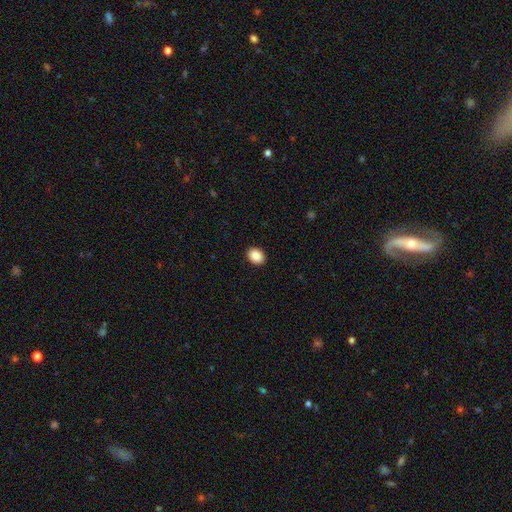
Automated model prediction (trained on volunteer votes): Overall: smooth (90%). How rounded: in between (58%; round 41%). Merging: none (91%).